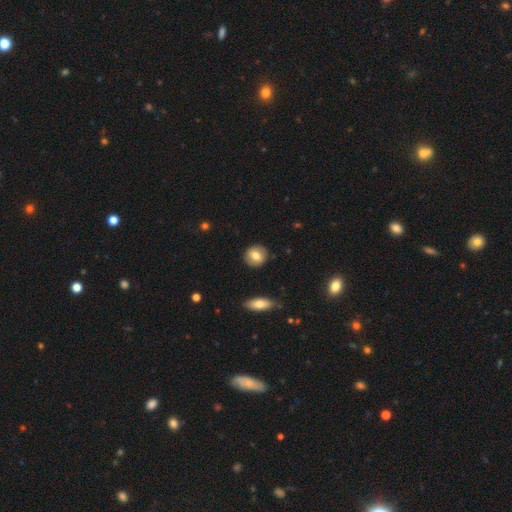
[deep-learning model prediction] This appears to be a smooth galaxy with no disk features (78%) that is round (85%). Merging: none (90%).